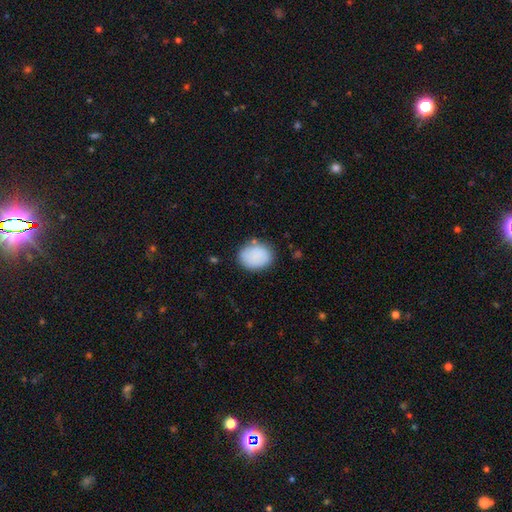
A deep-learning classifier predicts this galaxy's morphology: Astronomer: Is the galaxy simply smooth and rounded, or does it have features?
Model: smooth — 87%.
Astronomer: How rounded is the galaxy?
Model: in between — 55% (runner-up: round, 44%).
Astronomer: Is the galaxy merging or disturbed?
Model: none — 79%.